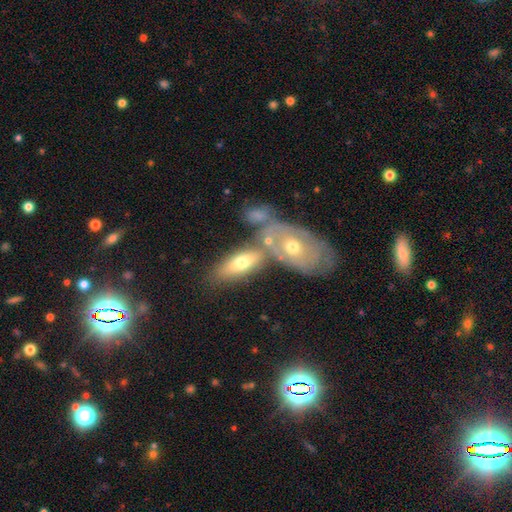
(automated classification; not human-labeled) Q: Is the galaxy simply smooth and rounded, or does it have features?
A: featured or disk — 53%.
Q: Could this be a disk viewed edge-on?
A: no — 68%.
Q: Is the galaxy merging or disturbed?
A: none — 54%.